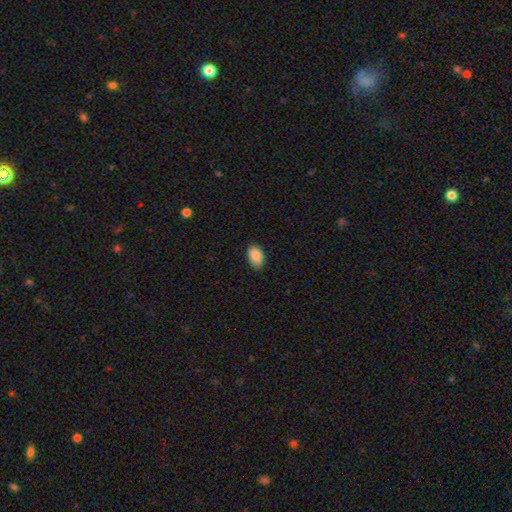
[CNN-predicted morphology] Q: Smooth or featured?
A: smooth (90%); runner-up: star or artifact (7%)
Q: How rounded?
A: in between (90%); runner-up: round (8%)
Q: Merging?
A: none (84%); runner-up: minor disturbance (13%)